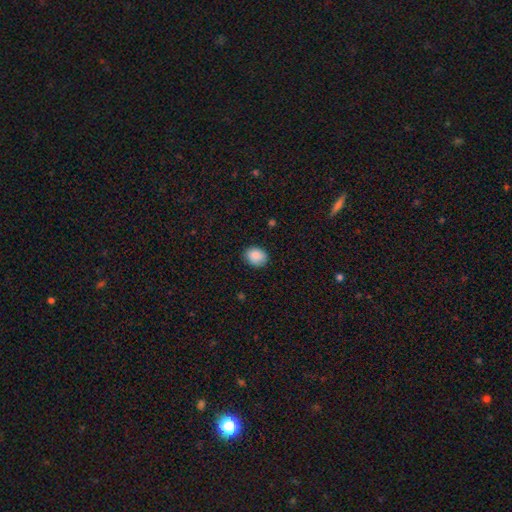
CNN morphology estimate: Q: Smooth or featured?
A: smooth (88%); runner-up: star or artifact (8%)
Q: How rounded?
A: round (56%); runner-up: in between (44%)
Q: Merging?
A: none (83%); runner-up: minor disturbance (13%)